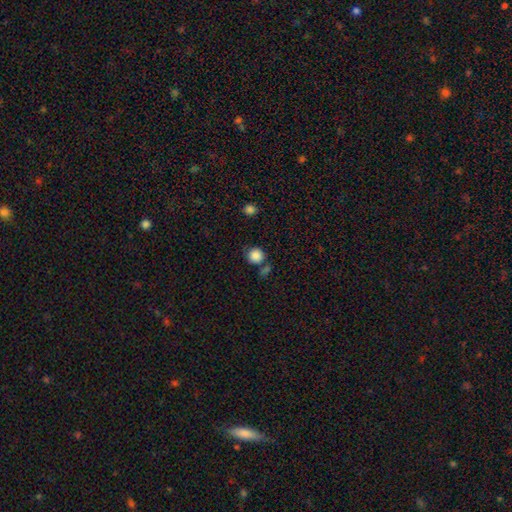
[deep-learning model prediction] A smooth galaxy with no disk features (86%) that is round (91%).

Vote fractions:
- Smooth or featured? smooth: 86% / star or artifact: 9% / featured or disk: 4%
- How rounded? round: 91% / in between: 8% / cigar-shaped: 1%
- Merging? none: 68% / merger: 14% / minor disturbance: 14% / major disturbance: 5%